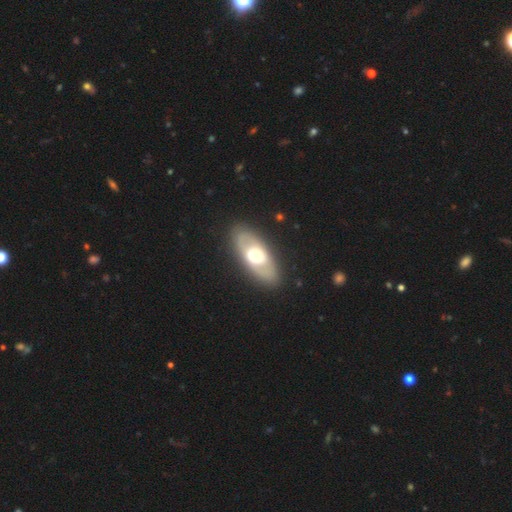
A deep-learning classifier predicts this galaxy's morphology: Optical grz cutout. It shows a featured or disk galaxy (55%). Merging: none (87%).